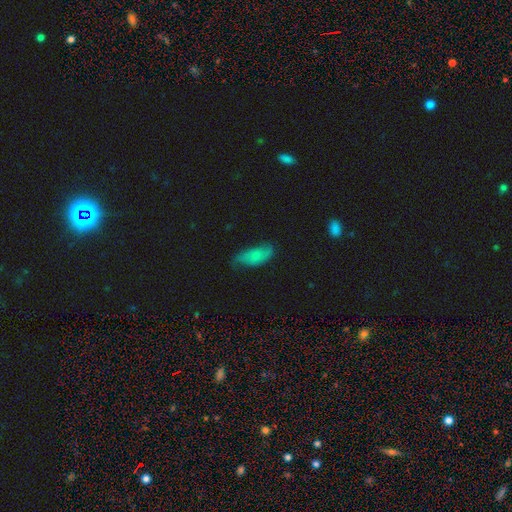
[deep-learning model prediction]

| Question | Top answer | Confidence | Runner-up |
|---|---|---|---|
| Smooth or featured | smooth | 62% | featured or disk (29%) |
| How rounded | in between | 85% | cigar-shaped (12%) |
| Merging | none | 56% | minor disturbance (32%) |